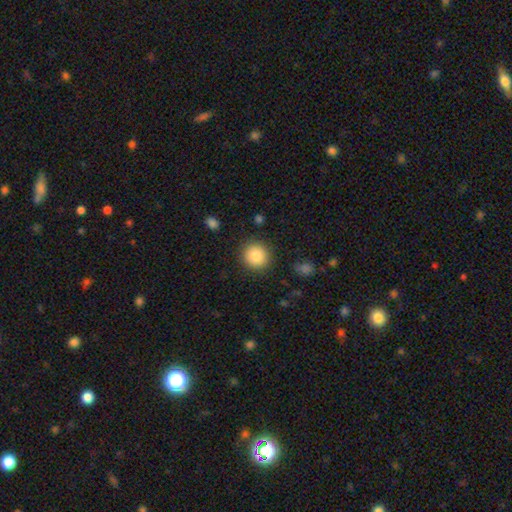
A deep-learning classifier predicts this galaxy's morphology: A smooth galaxy with no disk features (85%) that is round (92%).

Vote fractions:
- Smooth or featured? smooth: 85% / star or artifact: 9% / featured or disk: 6%
- How rounded? round: 92% / in between: 7% / cigar-shaped: 1%
- Merging? none: 89% / minor disturbance: 7% / major disturbance: 3% / merger: 1%